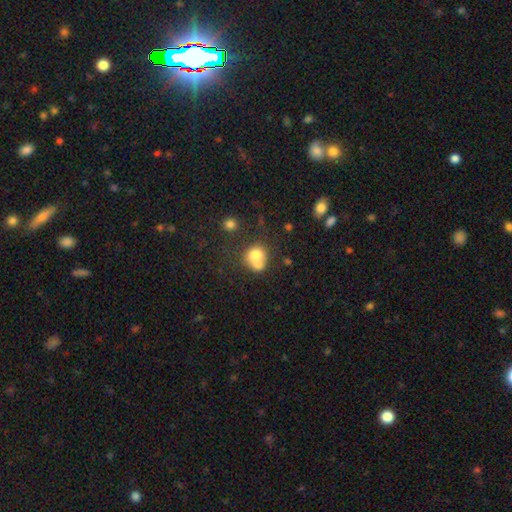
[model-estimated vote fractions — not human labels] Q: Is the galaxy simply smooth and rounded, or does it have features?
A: smooth — 71%.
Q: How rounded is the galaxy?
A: round — 65%.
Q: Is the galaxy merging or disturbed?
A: merger — 60%.